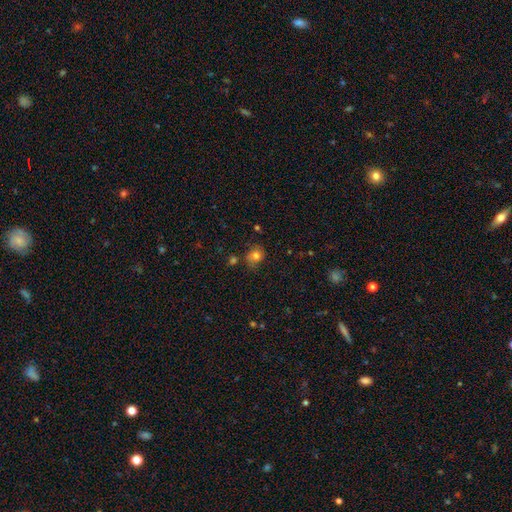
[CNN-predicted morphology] Smooth or featured: smooth — 76% (star or artifact — 13%)
How rounded: round — 69% (in between — 30%)
Merging: none — 66% (minor disturbance — 22%)